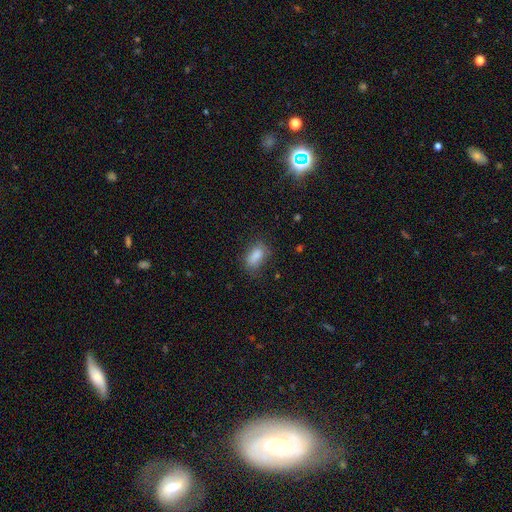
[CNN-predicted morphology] smooth-or-featured: smooth: 85% | star or artifact: 9% | featured or disk: 6%
  how-rounded: in between: 88% | cigar-shaped: 6% | round: 6%
  merging: none: 70% | minor disturbance: 21% | major disturbance: 7% | merger: 2%